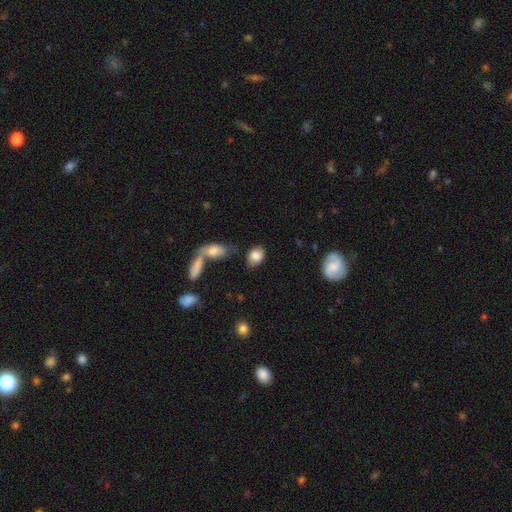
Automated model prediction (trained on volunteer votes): Smooth or featured? Predicted: smooth (p=0.81). How rounded? Predicted: in between (p=0.74). Merging? Predicted: none (p=0.62).